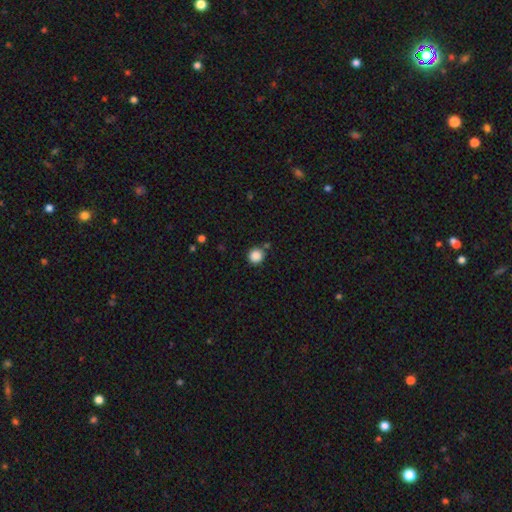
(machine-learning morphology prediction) smooth-or-featured: smooth: 87% | star or artifact: 10% | featured or disk: 3%
  how-rounded: round: 92% | in between: 7% | cigar-shaped: 1%
  merging: none: 82% | minor disturbance: 9% | merger: 6% | major disturbance: 3%